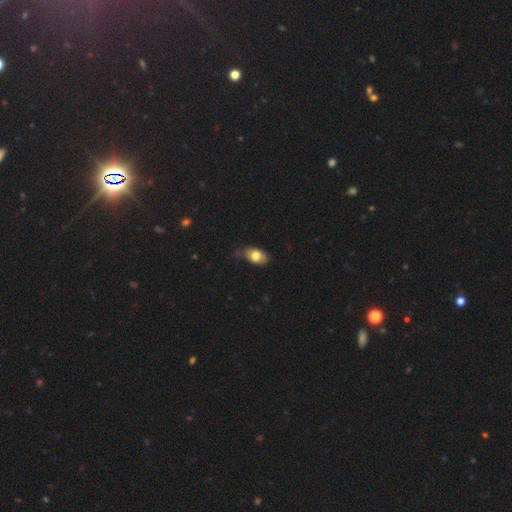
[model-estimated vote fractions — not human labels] Smooth or featured? smooth (77%)
How rounded? in between (87%)
Merging? none (58%)